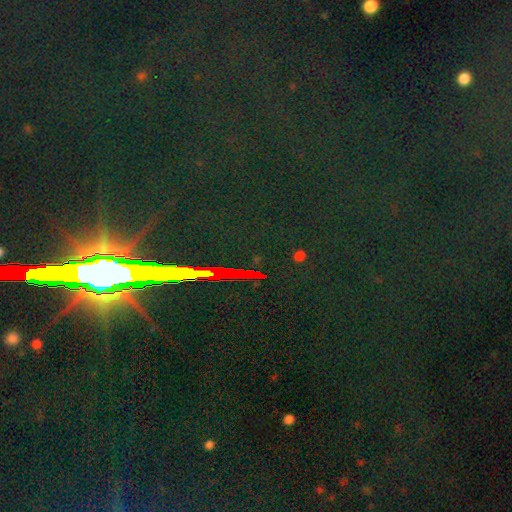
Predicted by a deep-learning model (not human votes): smooth_or_featured: star or artifact (p=0.83) [alt: smooth p=0.08]